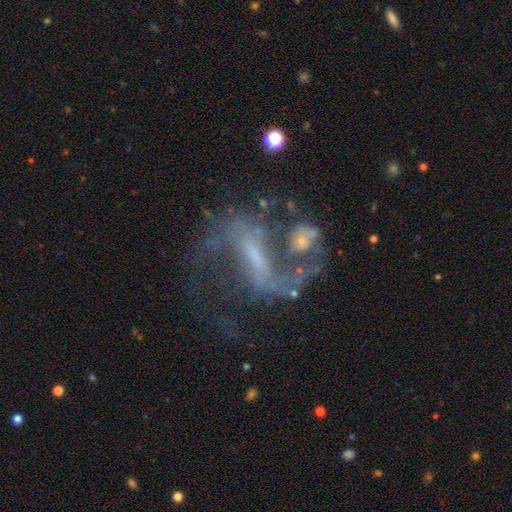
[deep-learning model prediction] Q: Smooth or featured?
A: featured or disk (84%); runner-up: star or artifact (10%)
Q: Edge-on disk?
A: no (96%); runner-up: yes (4%)
Q: Bar?
A: strong (45%); runner-up: weak (40%)
Q: Spiral arms?
A: yes (90%); runner-up: no (10%)
Q: Spiral winding?
A: loose (55%); runner-up: medium (36%)
Q: Spiral arm count?
A: 2 (85%); runner-up: can't tell (6%)
Q: Bulge size?
A: small (43%); runner-up: none (32%)
Q: Merging?
A: none (45%); runner-up: major disturbance (24%)